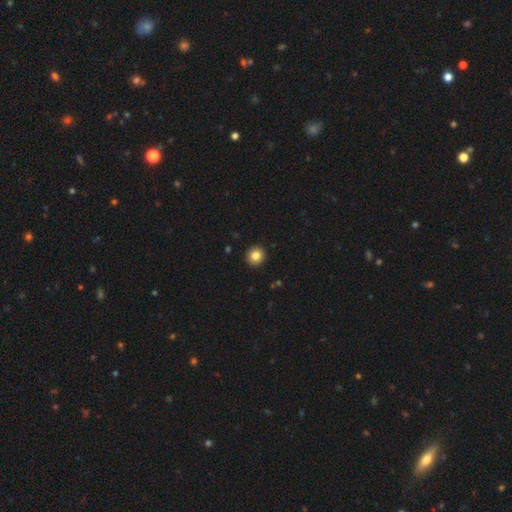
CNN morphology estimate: A smooth galaxy with no disk features (83%) that is round (93%).

Vote fractions:
- Smooth or featured? smooth: 83% / star or artifact: 10% / featured or disk: 7%
- How rounded? round: 93% / in between: 6% / cigar-shaped: 1%
- Merging? none: 93% / minor disturbance: 4% / major disturbance: 1% / merger: 1%